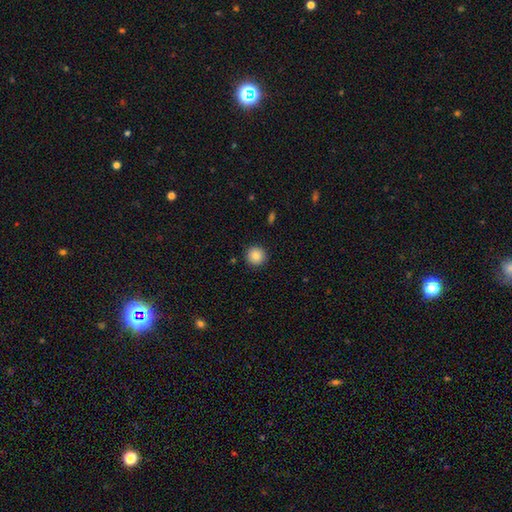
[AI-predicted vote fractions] Morphology: type=smooth (85%); roundness=round (95%); merging=none (91%).